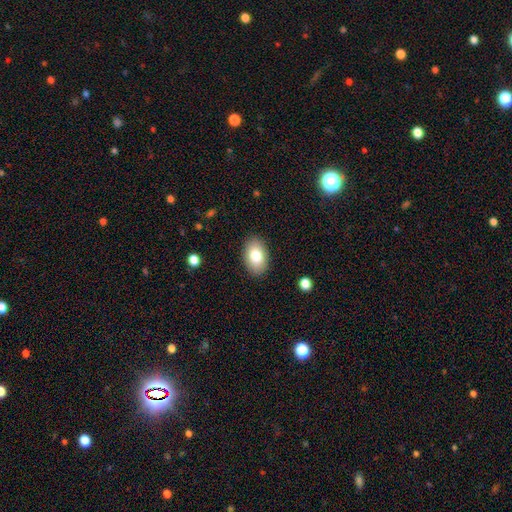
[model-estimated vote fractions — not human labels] The model was most divided on "smooth or featured": smooth: 81%, featured or disk: 11%, star or artifact: 7%. More confident: how rounded — in between (90%); merging — none (88%).